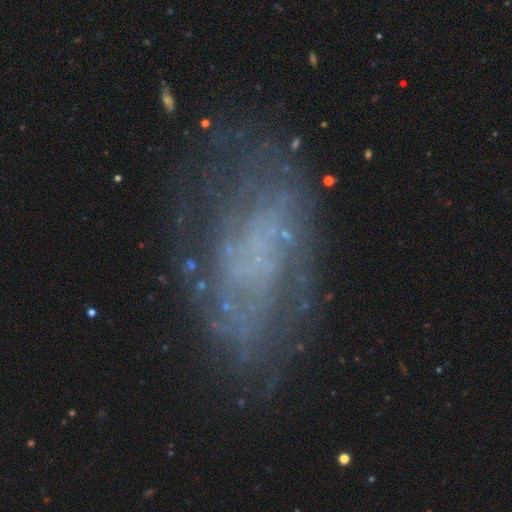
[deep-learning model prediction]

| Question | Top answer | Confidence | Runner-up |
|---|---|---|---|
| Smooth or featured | featured or disk | 69% | smooth (19%) |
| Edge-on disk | no | 96% | yes (4%) |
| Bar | no | 72% | weak (21%) |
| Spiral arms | yes | 71% | no (29%) |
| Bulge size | none | 77% | small (13%) |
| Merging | none | 63% | minor disturbance (19%) |